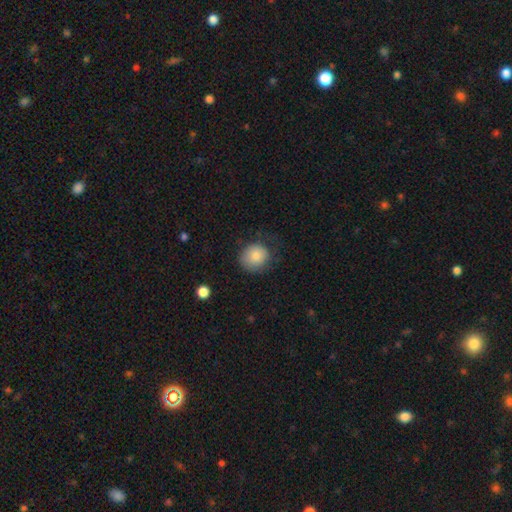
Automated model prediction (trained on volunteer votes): This appears to be a smooth galaxy with no disk features (84%) that is round (80%). Merging: none (64%).